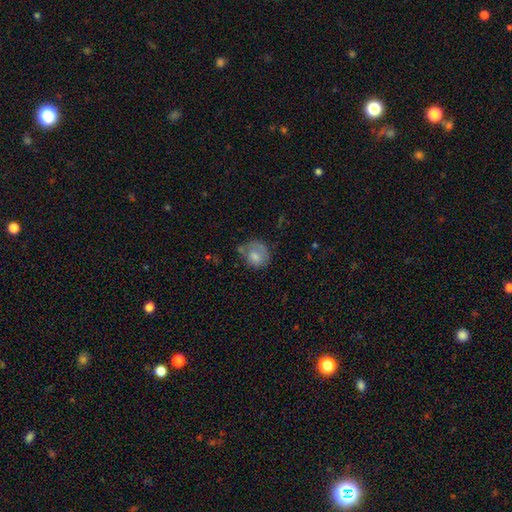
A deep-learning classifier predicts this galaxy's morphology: This is likely a smooth galaxy (69%). How rounded: likely round (69%). Merging: possibly none (47%).